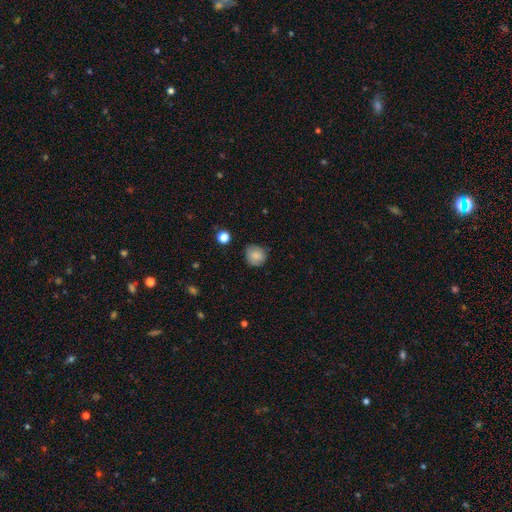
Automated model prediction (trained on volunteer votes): The model was most divided on "merging": none: 80%, minor disturbance: 16%, major disturbance: 3%, merger: 2%. More confident: how rounded — round (88%); smooth or featured — smooth (84%).